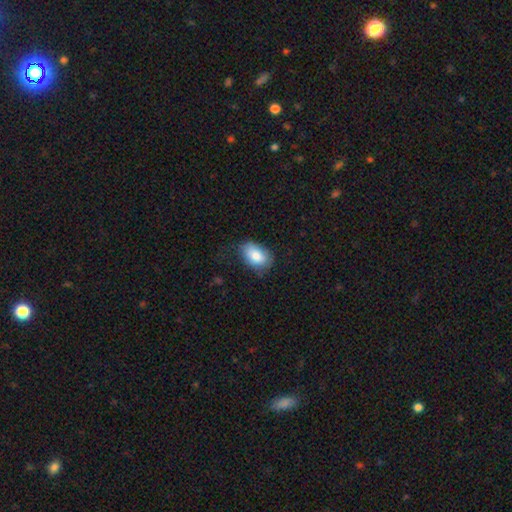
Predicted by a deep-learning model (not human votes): smooth 83%, featured or disk 10%, star or artifact 7%. Down the decision tree: how rounded — in between (88%); merging — none (66%).